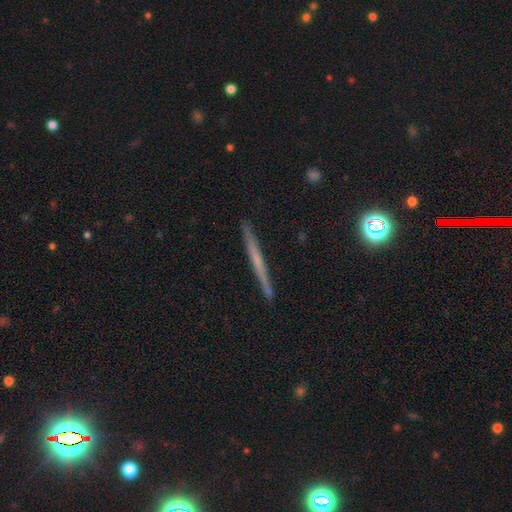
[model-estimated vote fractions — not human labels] Smooth or featured? featured or disk (55%)
Edge-on disk? yes (97%)
Edge-on bulge? none (82%)
Merging? none (91%)